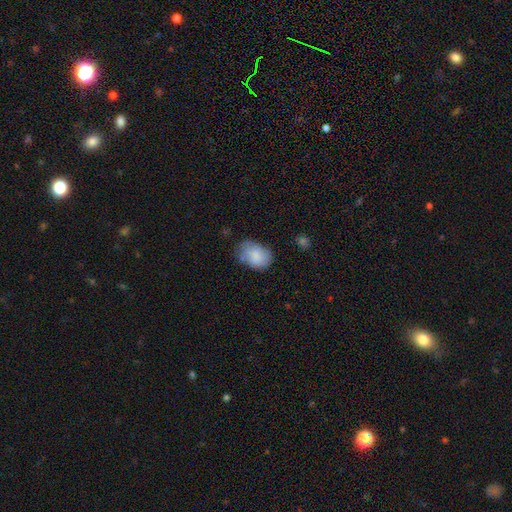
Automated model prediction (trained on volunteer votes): smooth-or-featured: smooth: 82% | featured or disk: 11% | star or artifact: 7%
  how-rounded: in between: 76% | round: 23% | cigar-shaped: 1%
  merging: none: 58% | minor disturbance: 30% | major disturbance: 8% | merger: 4%